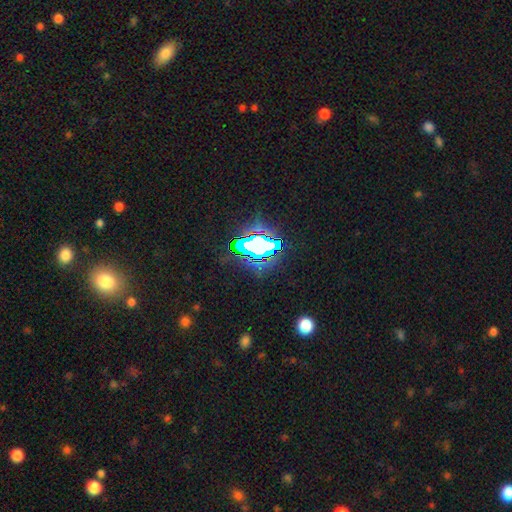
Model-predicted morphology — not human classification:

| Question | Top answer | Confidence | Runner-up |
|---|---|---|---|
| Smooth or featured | star or artifact | 73% | smooth (17%) |